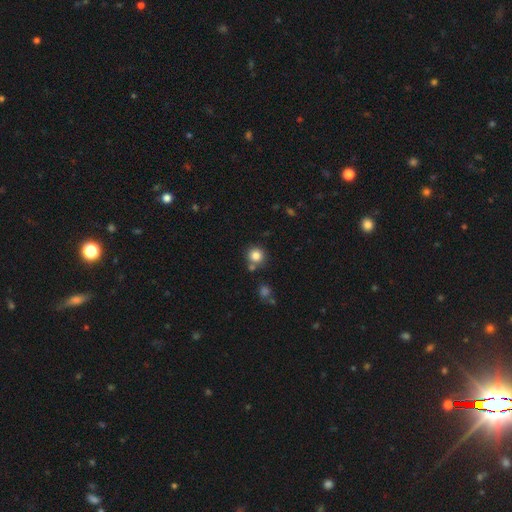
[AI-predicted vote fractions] This appears to be a smooth galaxy with no disk features (82%) that is round (92%). Merging: none (76%).